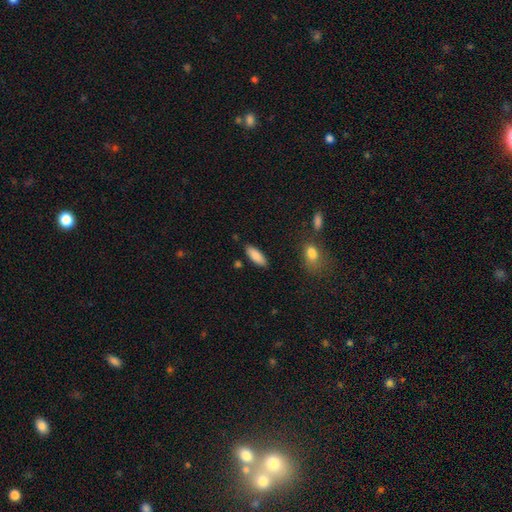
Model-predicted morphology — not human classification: smooth_or_featured: smooth (p=0.87) [alt: featured or disk p=0.07]
how_rounded: in between (p=0.68) [alt: cigar-shaped p=0.30]
merging: none (p=0.86) [alt: minor disturbance p=0.09]